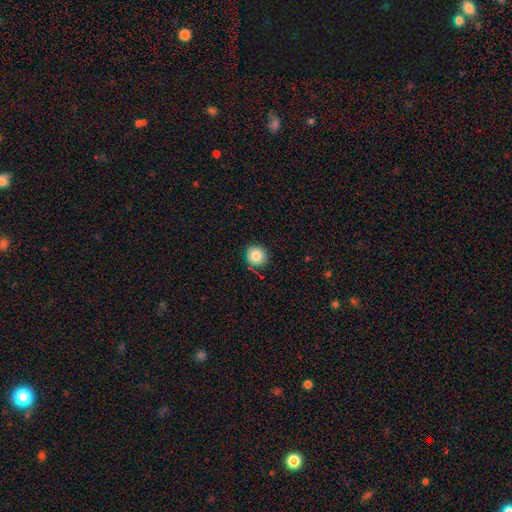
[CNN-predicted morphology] Smooth or featured: smooth — 83% (star or artifact — 10%)
How rounded: round — 93% (in between — 6%)
Merging: none — 84% (minor disturbance — 12%)